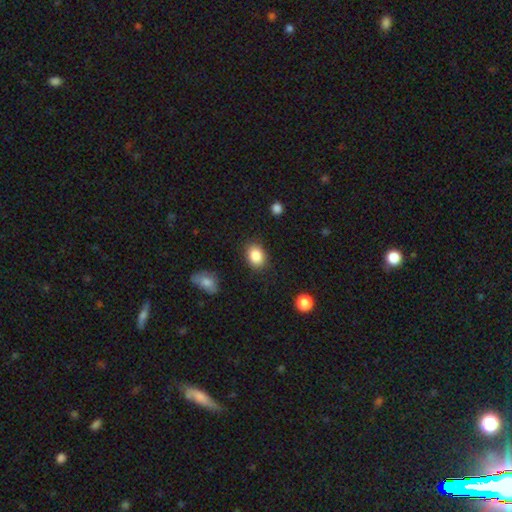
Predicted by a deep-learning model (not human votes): Overall: smooth (87%). How rounded: in between (63%; round 36%). Merging: none (84%).